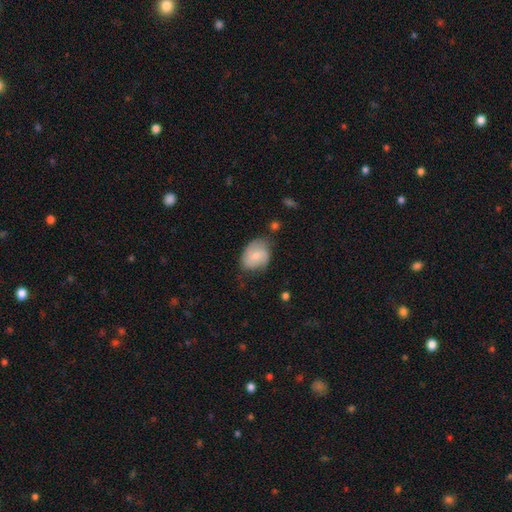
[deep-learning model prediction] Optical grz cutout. It shows a smooth galaxy with no disk features (59%) that is in between round and cigar-shaped (65%). Merging: none (57%).